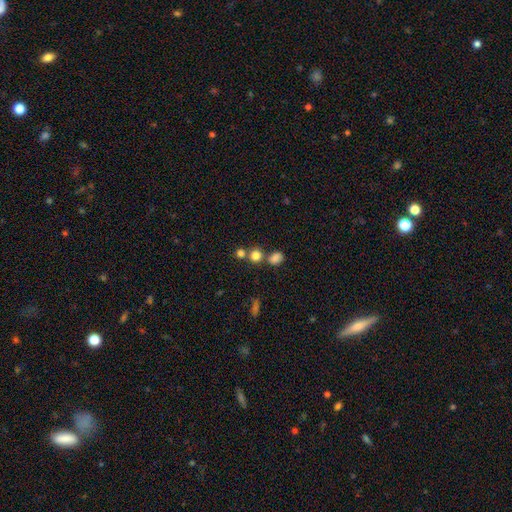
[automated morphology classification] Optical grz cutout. It shows a smooth galaxy with no disk features (78%) that is round (86%). Merging: none (60%).